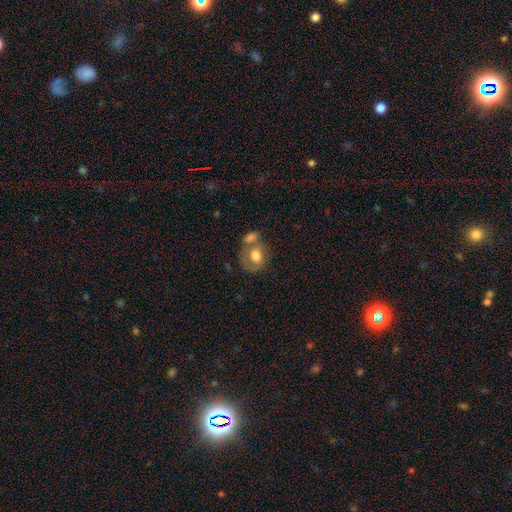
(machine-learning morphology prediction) A smooth galaxy with no disk features (64%) that is round (63%). Merging: merger (44%).